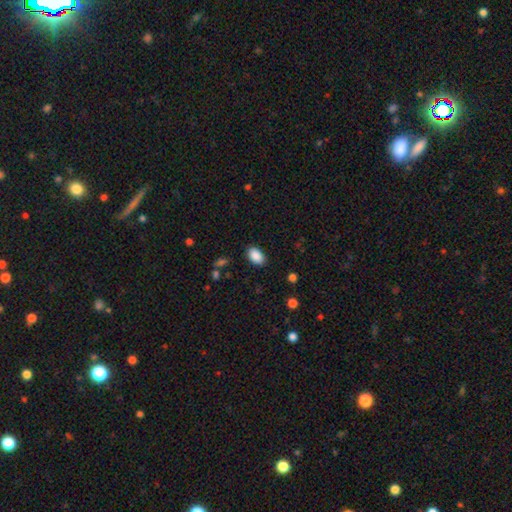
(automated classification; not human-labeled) Smooth or featured? Predicted: smooth (p=0.89). How rounded? Predicted: in between (p=0.91). Merging? Predicted: none (p=0.87).